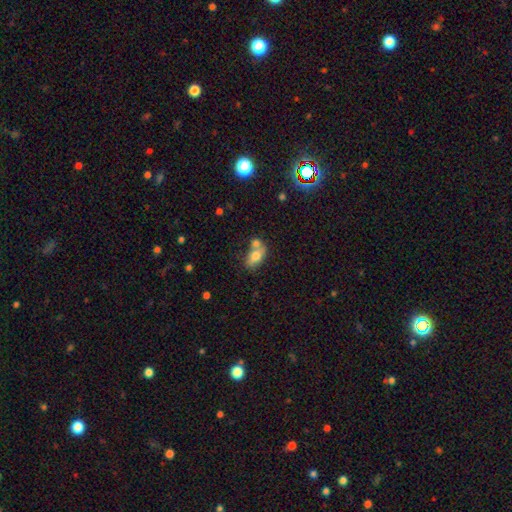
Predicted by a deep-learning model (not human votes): smooth_or_featured: smooth (p=0.73) [alt: featured or disk p=0.19]
how_rounded: in between (p=0.86) [alt: round p=0.11]
merging: merger (p=0.42) [alt: none p=0.39]